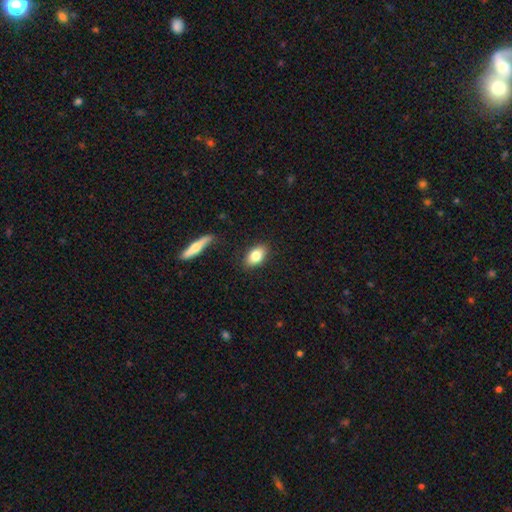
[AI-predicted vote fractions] This appears to be a smooth galaxy with no disk features (80%) that is in between round and cigar-shaped (87%). Merging: none (86%).